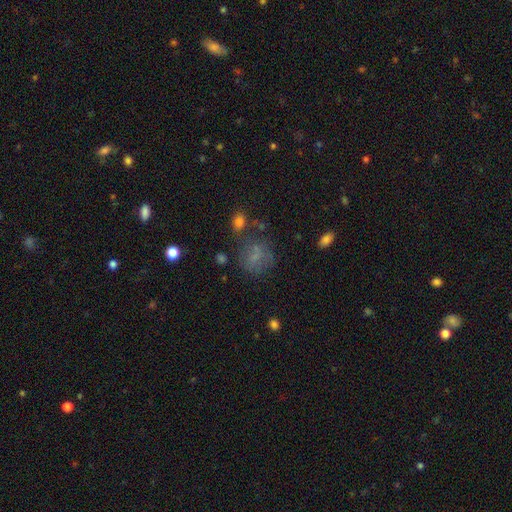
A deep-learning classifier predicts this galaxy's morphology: type=smooth (55%); roundness=round (65%); merging=none (56%).